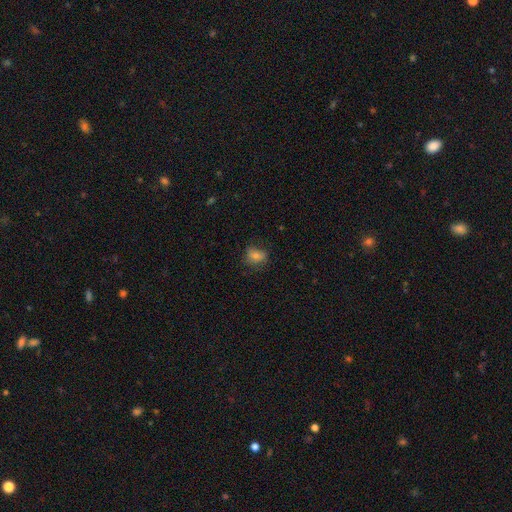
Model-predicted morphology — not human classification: smooth-or-featured: smooth: 74% | featured or disk: 13% | star or artifact: 13%
  how-rounded: in between: 55% | round: 43% | cigar-shaped: 2%
  merging: none: 71% | minor disturbance: 21% | major disturbance: 7% | merger: 1%